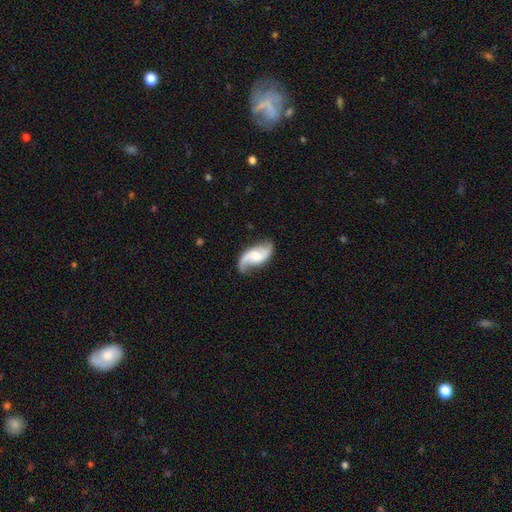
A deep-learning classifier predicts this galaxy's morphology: smooth-or-featured: featured or disk: 82% | smooth: 13% | star or artifact: 5%
  disk-edge-on: no: 96% | yes: 4%
    bar: no: 47% | weak: 42% | strong: 11%
    has-spiral-arms: yes: 96% | no: 4%
      spiral-winding: loose: 67% | medium: 26% | tight: 7%
      spiral-arm-count: 2: 90% | 1: 5% | can't tell: 2% | 3: 1% | 4: 1% | more than 4: 1%
    bulge-size: moderate: 52% | small: 30% | large: 9% | none: 7% | dominant: 2%
  merging: none: 74% | minor disturbance: 17% | major disturbance: 7% | merger: 2%